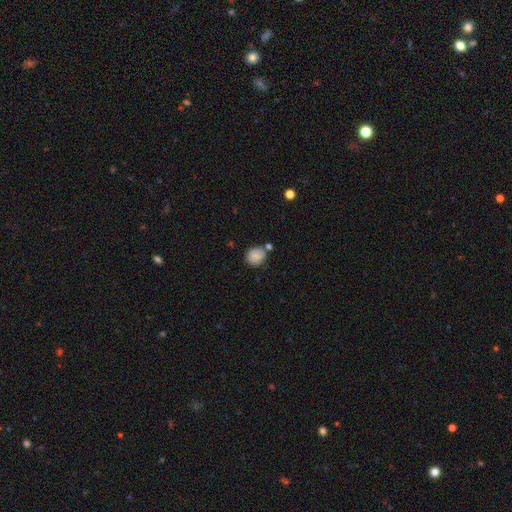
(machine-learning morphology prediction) A smooth galaxy with no disk features (86%) that is round (78%).

Vote fractions:
- Smooth or featured? smooth: 86% / star or artifact: 9% / featured or disk: 6%
- How rounded? round: 78% / in between: 21% / cigar-shaped: 1%
- Merging? none: 68% / minor disturbance: 15% / merger: 13% / major disturbance: 4%